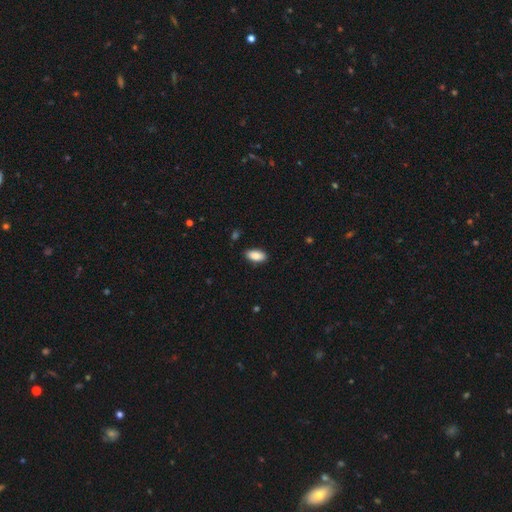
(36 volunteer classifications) Smooth or featured? smooth (89%)
How rounded? in between (94%)
Merging? none (76%)